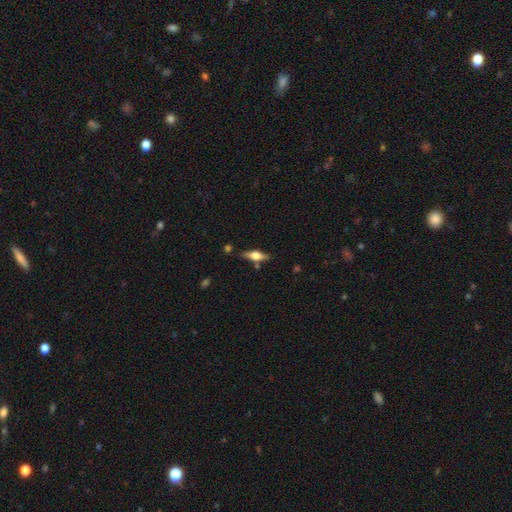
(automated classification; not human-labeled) This is possibly a featured or disk galaxy (59%). It is clearly viewed edge-on (94%). Edge-on bulge: clearly rounded (92%). Merging: clearly none (81%).